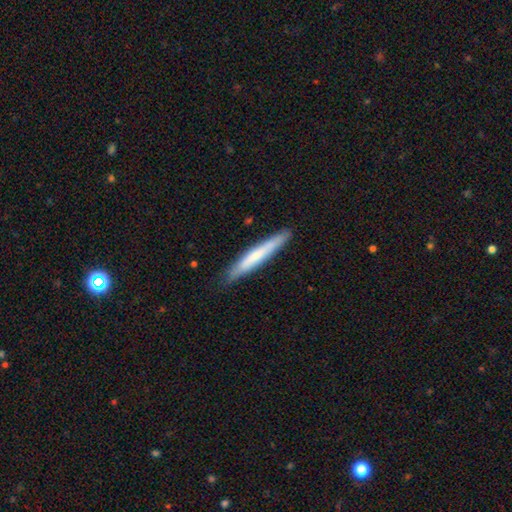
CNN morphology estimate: smooth 60%, featured or disk 34%, star or artifact 6%. Down the decision tree: how rounded — cigar-shaped (95%); merging — none (86%).